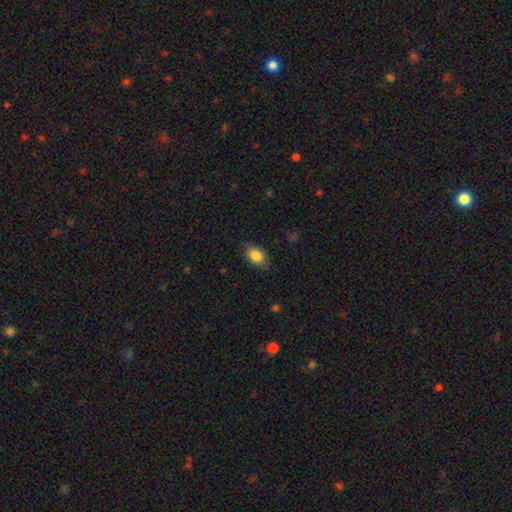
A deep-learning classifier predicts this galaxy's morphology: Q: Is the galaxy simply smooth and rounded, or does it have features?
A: smooth — 85%.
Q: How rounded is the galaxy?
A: in between — 84%.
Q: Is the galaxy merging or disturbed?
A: none — 81%.